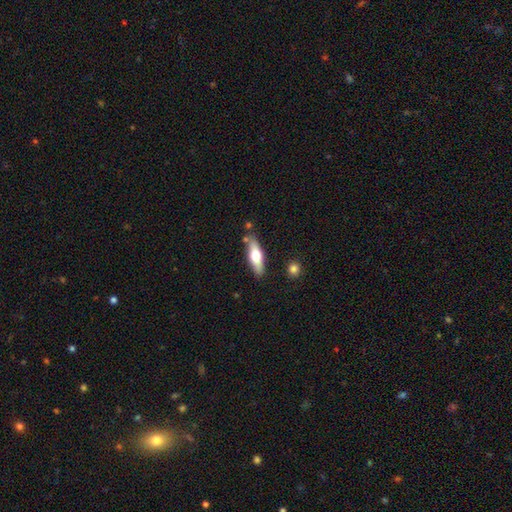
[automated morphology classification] Smooth or featured? Predicted: smooth (p=0.56). How rounded? Predicted: cigar-shaped (p=0.52). Merging? Predicted: none (p=0.80).